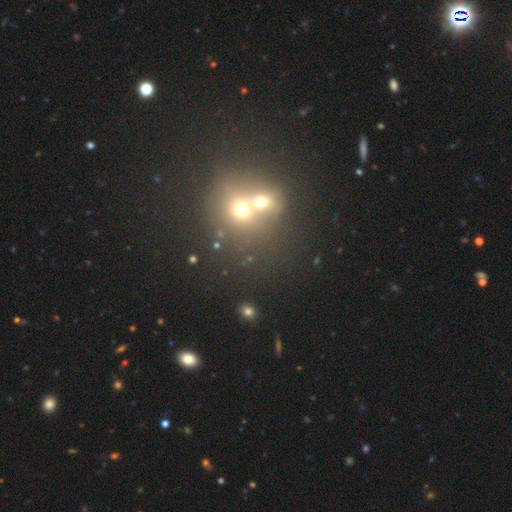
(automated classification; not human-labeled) Smooth or featured? Predicted: smooth (p=0.45). Merging? Predicted: merger (p=0.59).